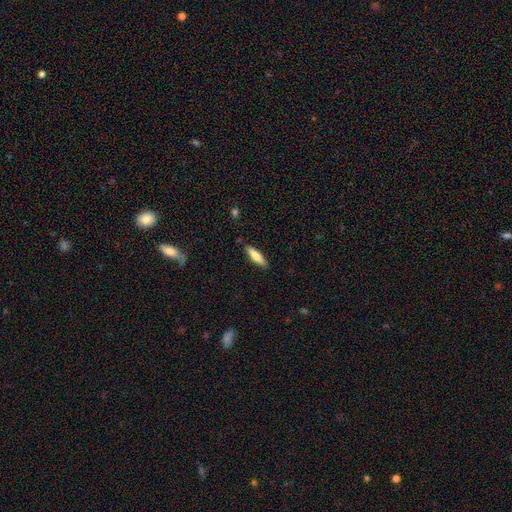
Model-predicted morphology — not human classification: type=smooth (73%); roundness=cigar-shaped (71%); merging=none (87%).